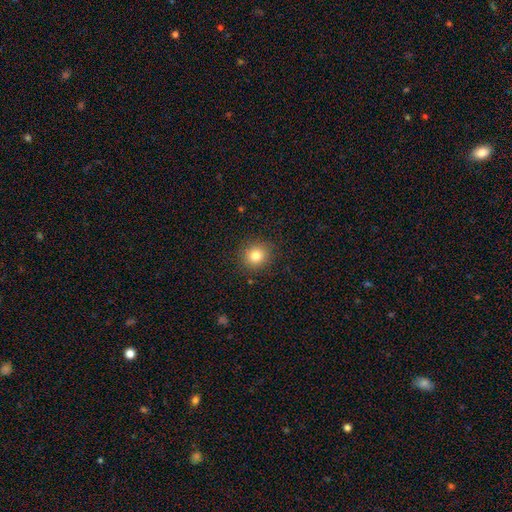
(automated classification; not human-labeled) Smooth or featured?
  - smooth: 81% *
  - star or artifact: 12%
  - featured or disk: 7%
How rounded?
  - round: 86% *
  - in between: 13%
  - cigar-shaped: 1%
Merging?
  - none: 89% *
  - minor disturbance: 8%
  - major disturbance: 3%
  - merger: 1%